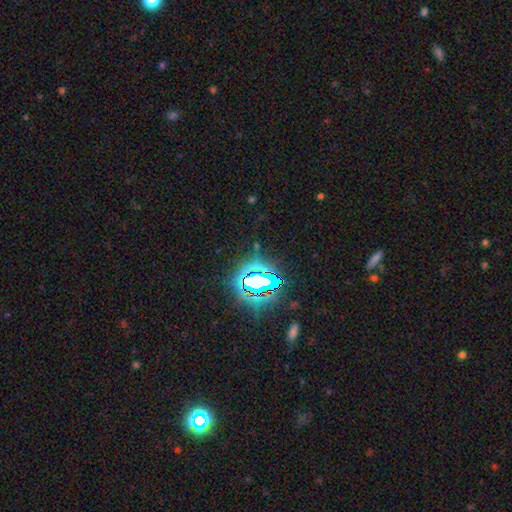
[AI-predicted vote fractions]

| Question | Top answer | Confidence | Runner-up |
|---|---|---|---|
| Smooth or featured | star or artifact | 78% | smooth (13%) |